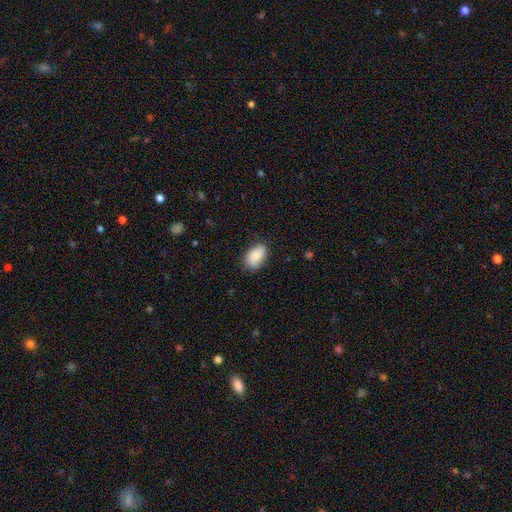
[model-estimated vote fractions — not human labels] This is clearly a smooth galaxy (82%). How rounded: clearly in between (91%). Merging: likely none (73%).